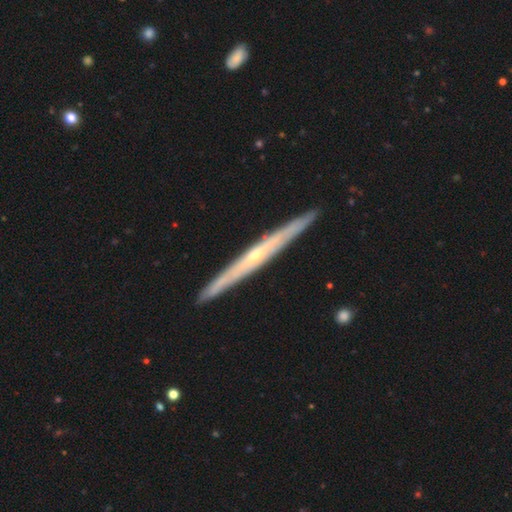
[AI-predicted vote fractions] A featured or disk galaxy (77%) viewed edge-on (95%) with a rounded central bulge (58%).

Vote fractions:
- Smooth or featured? featured or disk: 77% / smooth: 18% / star or artifact: 5%
- Edge-on disk? yes: 95% / no: 5%
- Edge-on bulge? rounded: 58% / none: 39% / boxy: 3%
- Merging? none: 91% / minor disturbance: 6% / major disturbance: 1% / merger: 1%